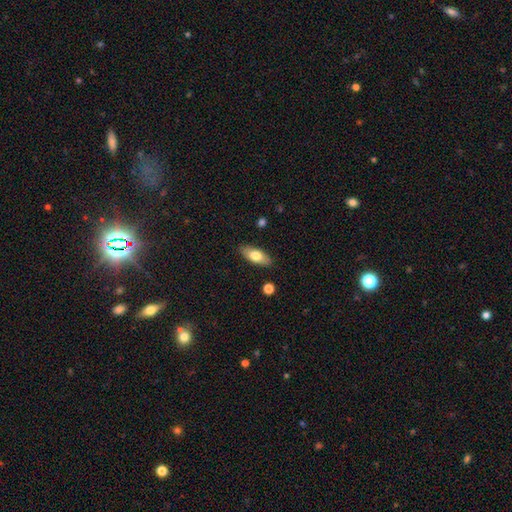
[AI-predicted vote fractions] Overall: smooth (73%). How rounded: in between (82%). Merging: none (87%).